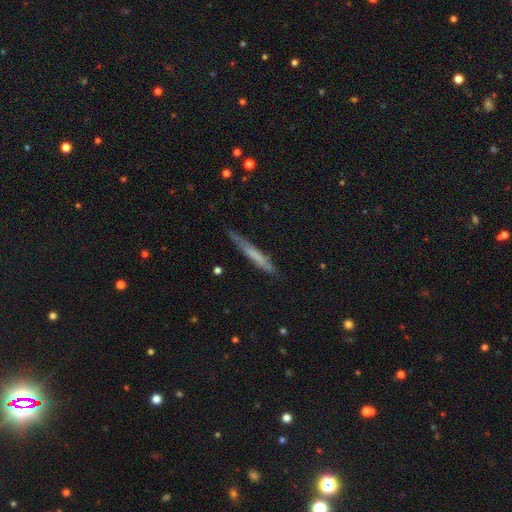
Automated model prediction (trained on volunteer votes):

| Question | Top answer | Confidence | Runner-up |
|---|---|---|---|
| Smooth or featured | smooth | 52% | featured or disk (42%) |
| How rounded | cigar-shaped | 95% | in between (4%) |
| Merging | none | 77% | minor disturbance (17%) |